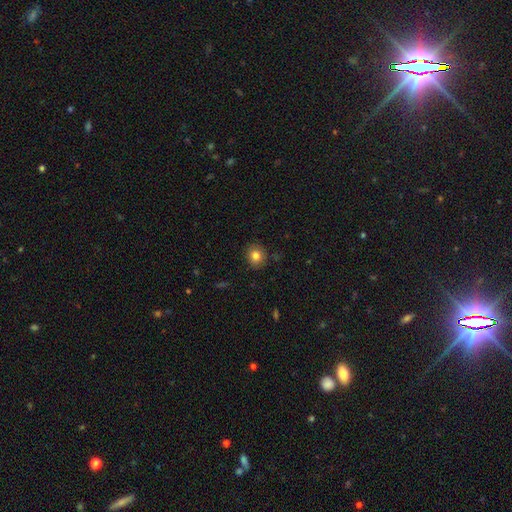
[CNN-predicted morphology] A smooth galaxy with no disk features (82%) that is round (77%). Merging: none (88%).